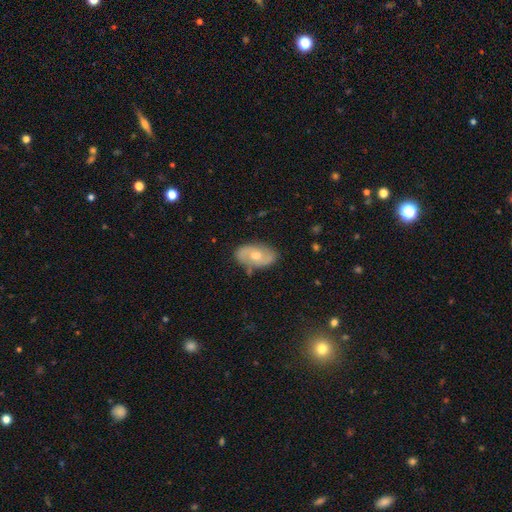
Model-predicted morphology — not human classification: Q: Smooth or featured?
A: featured or disk (61%); runner-up: smooth (33%)
Q: Edge-on disk?
A: no (94%); runner-up: yes (6%)
Q: Bar?
A: no (65%); runner-up: weak (30%)
Q: Spiral arms?
A: yes (79%); runner-up: no (21%)
Q: Bulge size?
A: moderate (71%); runner-up: small (18%)
Q: Merging?
A: none (75%); runner-up: minor disturbance (18%)